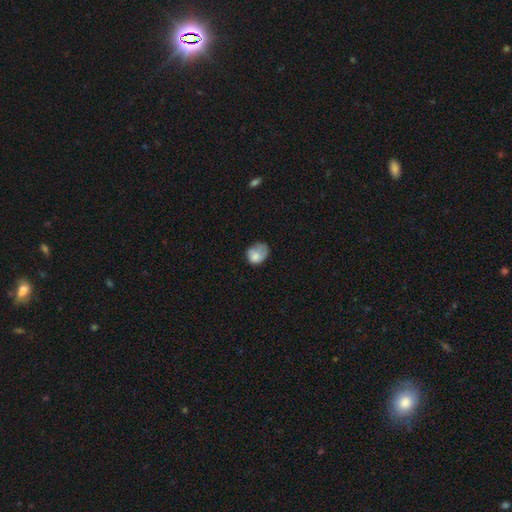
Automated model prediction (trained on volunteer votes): This appears to be a smooth galaxy with no disk features (75%) that is in between round and cigar-shaped (56%). Merging: minor disturbance (36%).